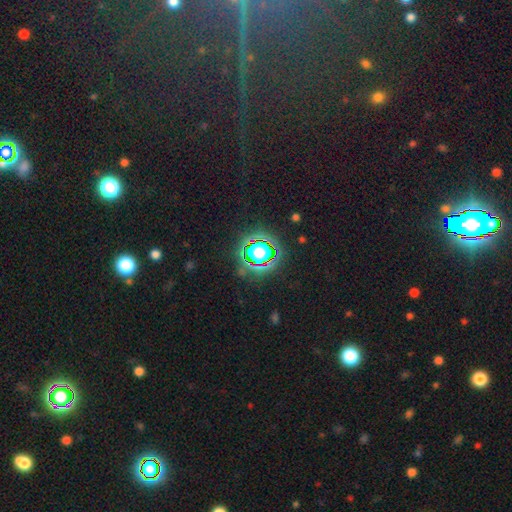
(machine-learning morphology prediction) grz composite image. It shows a star or artifact, not a galaxy (82%).